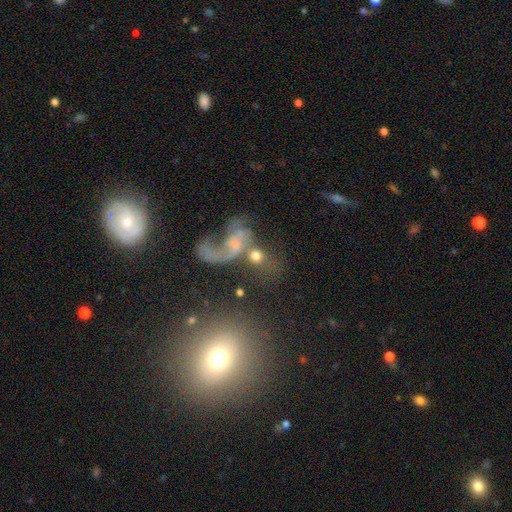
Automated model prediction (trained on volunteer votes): Overall: smooth (43%; featured or disk 42%). Merging: merger (47%; major disturbance 24%).